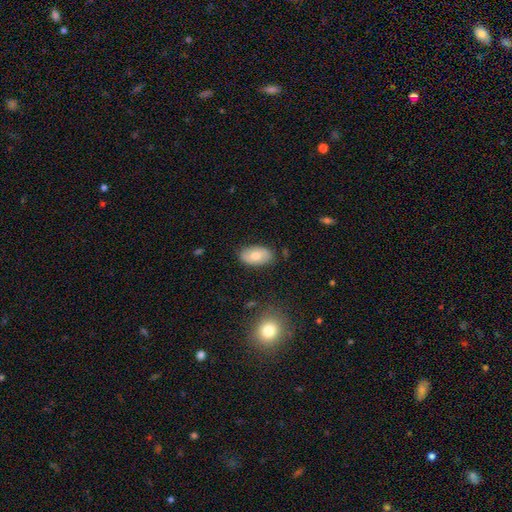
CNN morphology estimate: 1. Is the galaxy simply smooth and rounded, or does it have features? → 72% smooth, 21% featured or disk, 7% star or artifact.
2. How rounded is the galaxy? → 93% in between, 5% round, 2% cigar-shaped.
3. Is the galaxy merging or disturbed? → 83% none, 13% minor disturbance, 3% major disturbance, 2% merger.